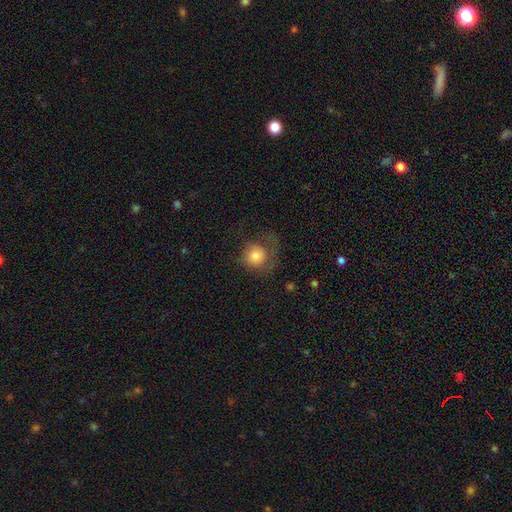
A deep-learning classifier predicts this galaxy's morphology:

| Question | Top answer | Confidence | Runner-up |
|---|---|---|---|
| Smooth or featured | smooth | 74% | featured or disk (17%) |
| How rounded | round | 88% | in between (11%) |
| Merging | none | 46% | major disturbance (33%) |